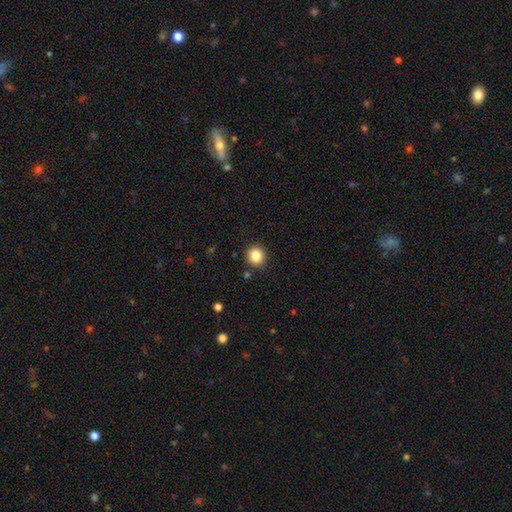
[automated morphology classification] smooth_or_featured: smooth (p=0.85) [alt: star or artifact p=0.11]
how_rounded: round (p=0.90) [alt: in between p=0.09]
merging: none (p=0.89) [alt: minor disturbance p=0.07]